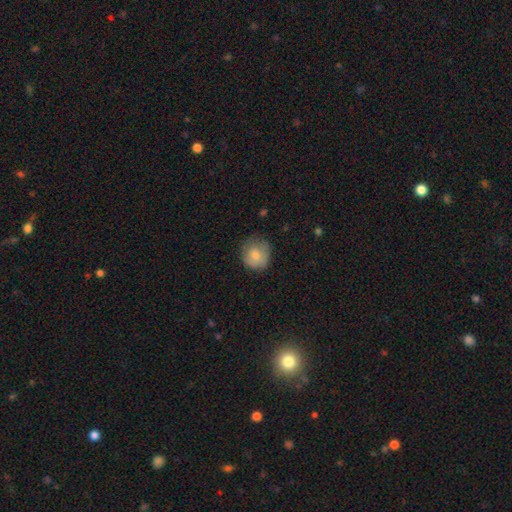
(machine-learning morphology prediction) smooth-or-featured: smooth: 77% | featured or disk: 16% | star or artifact: 8%
  how-rounded: round: 83% | in between: 16% | cigar-shaped: 1%
  merging: none: 67% | minor disturbance: 24% | major disturbance: 8% | merger: 1%